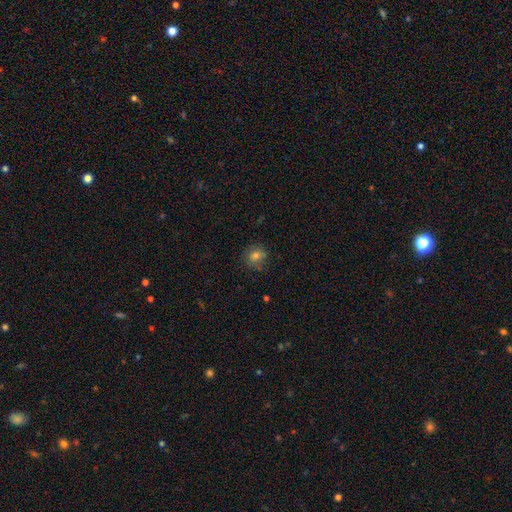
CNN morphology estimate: smooth 75%, star or artifact 16%, featured or disk 10%. Down the decision tree: how rounded — round (78%); merging — none (77%).